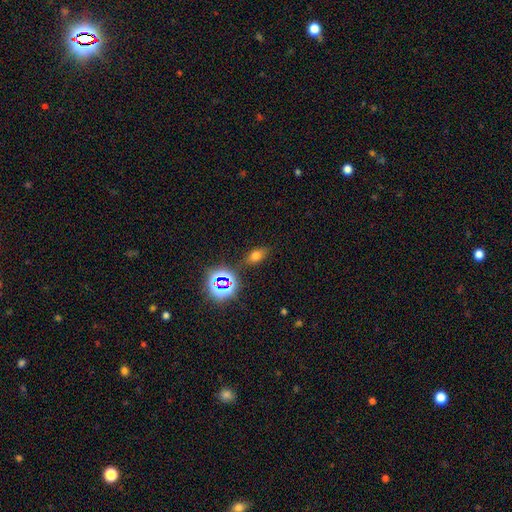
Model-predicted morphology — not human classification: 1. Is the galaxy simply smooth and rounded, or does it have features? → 64% smooth, 25% star or artifact, 11% featured or disk.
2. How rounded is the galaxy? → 80% in between, 15% round, 5% cigar-shaped.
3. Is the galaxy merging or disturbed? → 81% none, 12% minor disturbance, 4% major disturbance, 3% merger.